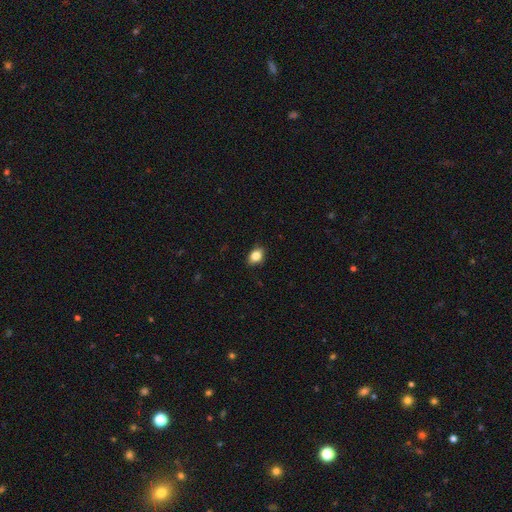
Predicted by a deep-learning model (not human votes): A smooth galaxy with no disk features (83%) that is in between round and cigar-shaped (72%). Merging: none (85%).